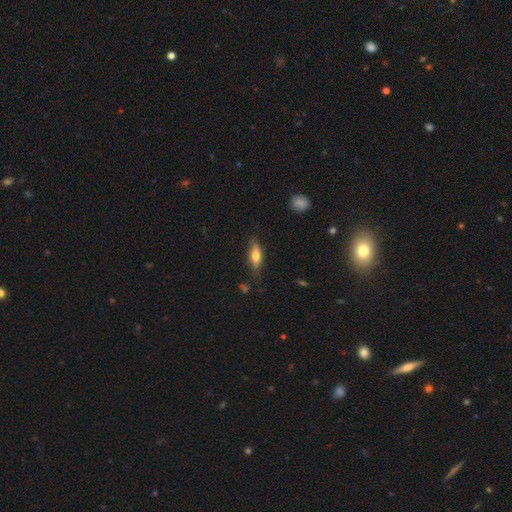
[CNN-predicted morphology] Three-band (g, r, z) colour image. It shows a smooth galaxy with no disk features (63%) that is in between round and cigar-shaped (58%). Merging: none (75%).